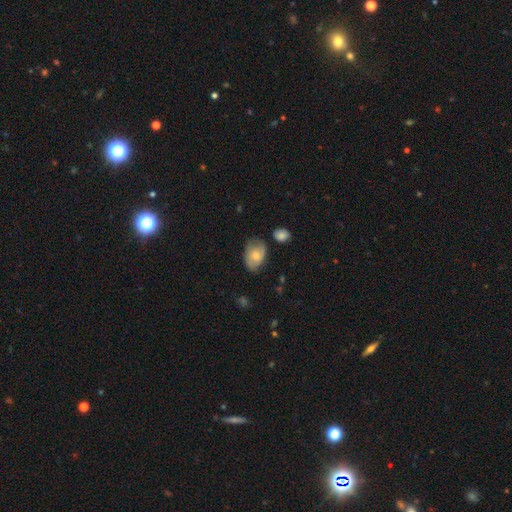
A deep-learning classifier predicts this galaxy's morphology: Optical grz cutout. It shows a smooth galaxy with no disk features (66%) that is in between round and cigar-shaped (84%). Merging: none (60%).